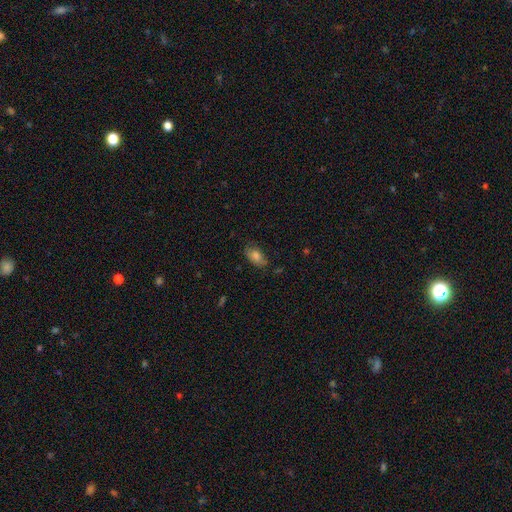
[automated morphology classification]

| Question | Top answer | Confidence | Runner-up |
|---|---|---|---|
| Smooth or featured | smooth | 74% | featured or disk (15%) |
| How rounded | in between | 88% | round (8%) |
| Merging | none | 68% | minor disturbance (23%) |